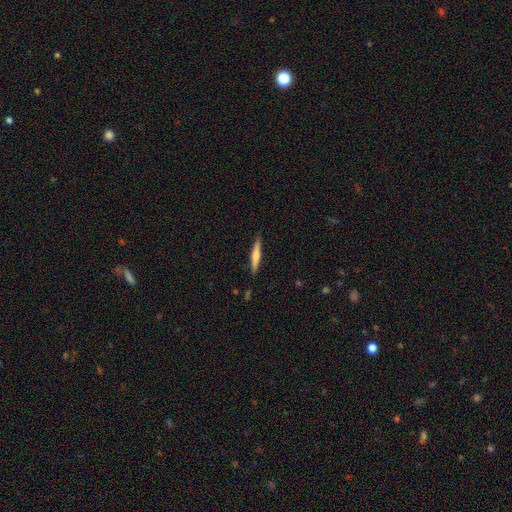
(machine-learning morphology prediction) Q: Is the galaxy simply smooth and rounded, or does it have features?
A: smooth — 53%.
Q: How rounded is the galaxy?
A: cigar-shaped — 93%.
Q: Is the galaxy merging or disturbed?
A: none — 89%.